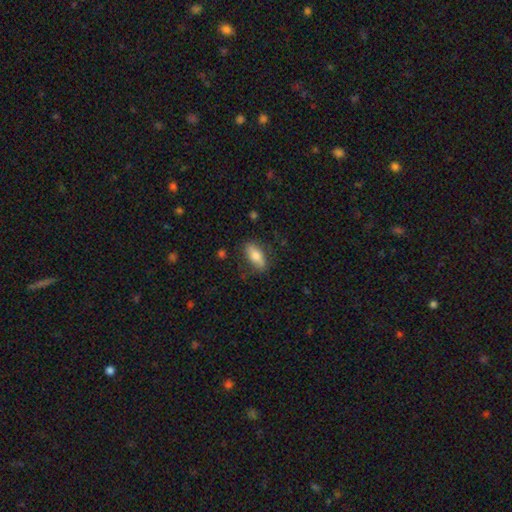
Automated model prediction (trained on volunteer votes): Overall: smooth (73%). How rounded: in between (79%). Merging: none (79%).